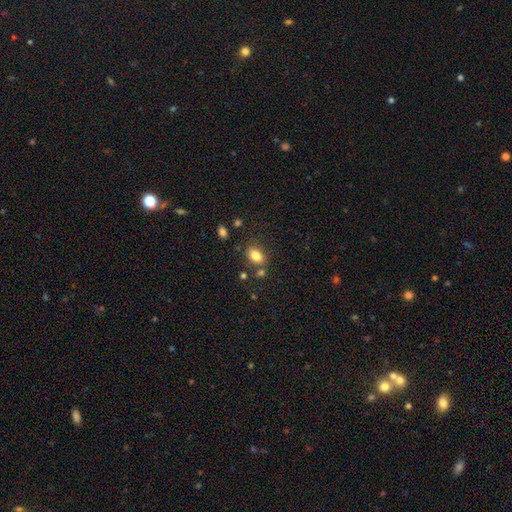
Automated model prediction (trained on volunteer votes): The model was most divided on "merging": none: 71%, minor disturbance: 13%, merger: 11%, major disturbance: 4%. More confident: how rounded — in between (83%); smooth or featured — smooth (82%).